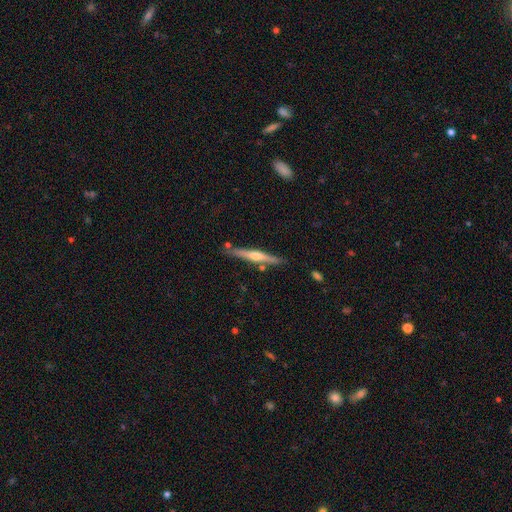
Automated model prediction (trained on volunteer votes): Overall: featured or disk (67%). Edge-on disk: yes (97%). Edge-on bulge: rounded (85%). Merging: none (84%).